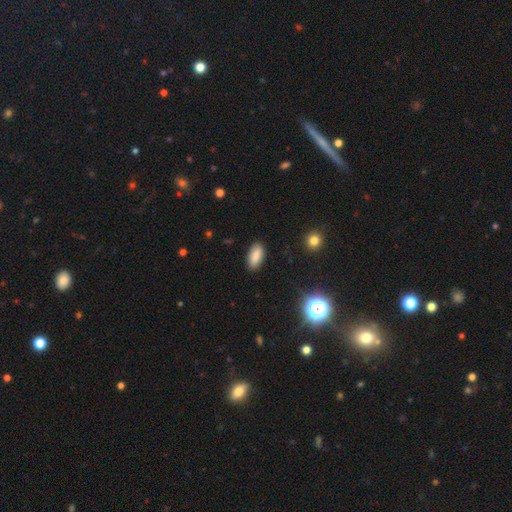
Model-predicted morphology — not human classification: Smooth or featured? Predicted: smooth (p=0.87). How rounded? Predicted: in between (p=0.91). Merging? Predicted: none (p=0.88).